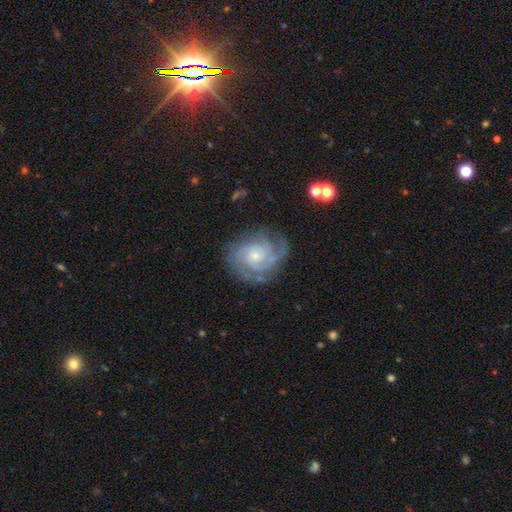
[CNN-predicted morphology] A featured or disk galaxy (83%) with no bar (73%), 3 (27%, tied with can't tell) tight (60%) spiral arms (95%) and a small central bulge (62%).

Vote fractions:
- Smooth or featured? featured or disk: 83% / smooth: 11% / star or artifact: 6%
- Edge-on disk? no: 98% / yes: 2%
- Bar? no: 73% / weak: 24% / strong: 4%
- Spiral arms? yes: 95% / no: 5%
- Spiral winding? tight: 60% / medium: 33% / loose: 7%
- Spiral arm count? 3: 27% (tied) / can't tell: 27% (tied) / 2: 26% / 4: 9% / 1: 6% / more than 4: 5%
- Bulge size? small: 62% / moderate: 29% / none: 4% / large: 3% / dominant: 1%
- Merging? none: 71% / minor disturbance: 18% / major disturbance: 9% / merger: 2%